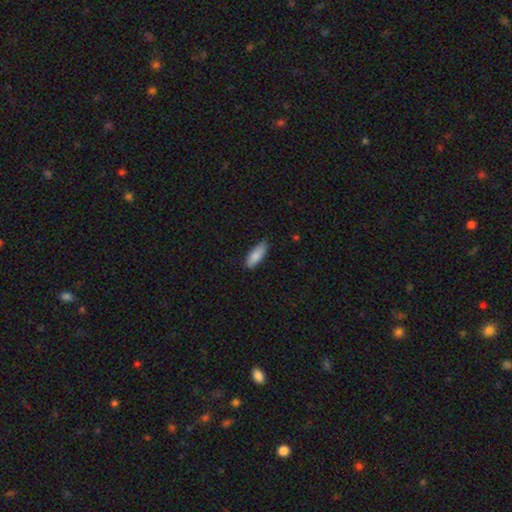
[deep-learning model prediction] The model was most divided on "how rounded": in between: 71%, cigar-shaped: 28%, round: 2%. More confident: smooth or featured — smooth (85%); merging — none (82%).